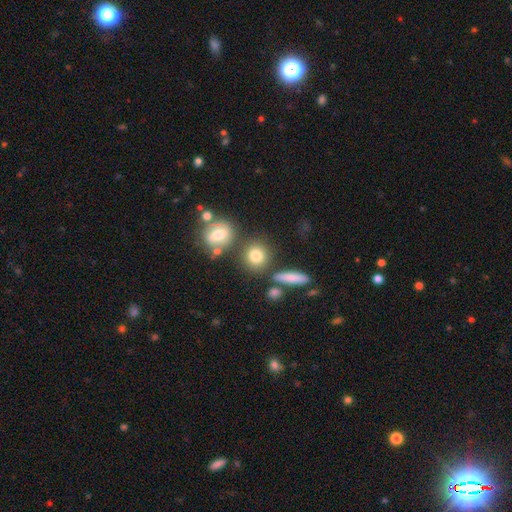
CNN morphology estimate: Smooth or featured? Predicted: smooth (p=0.79). How rounded? Predicted: round (p=0.82). Merging? Predicted: none (p=0.73).